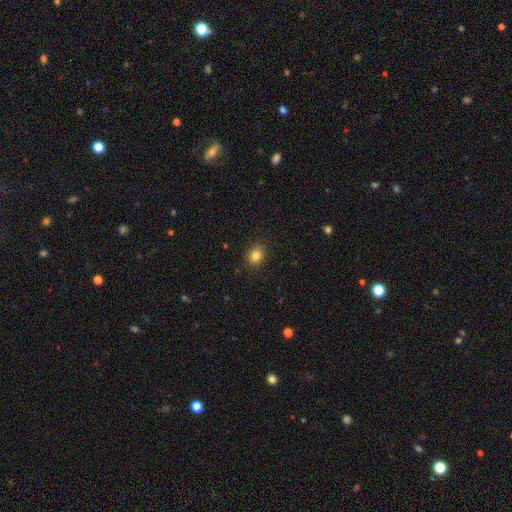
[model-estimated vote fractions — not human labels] Q: Smooth or featured?
A: smooth (84%); runner-up: star or artifact (11%)
Q: How rounded?
A: round (58%); runner-up: in between (41%)
Q: Merging?
A: none (89%); runner-up: minor disturbance (8%)